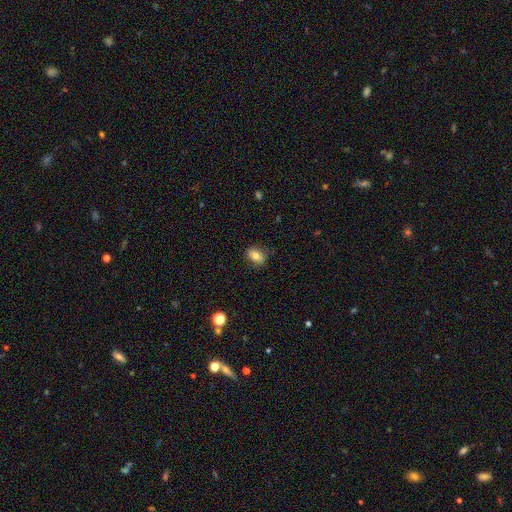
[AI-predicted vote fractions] smooth_or_featured: smooth (p=0.76) [alt: featured or disk p=0.14]
how_rounded: in between (p=0.69) [alt: round p=0.29]
merging: none (p=0.81) [alt: minor disturbance p=0.14]